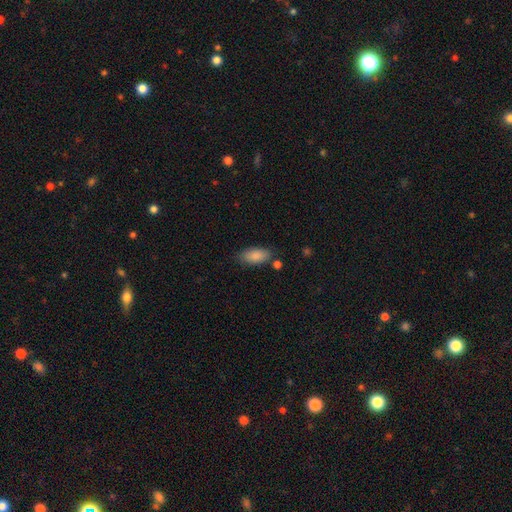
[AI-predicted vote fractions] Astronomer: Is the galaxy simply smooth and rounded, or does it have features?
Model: smooth — 87%.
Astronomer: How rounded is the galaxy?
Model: in between — 89%.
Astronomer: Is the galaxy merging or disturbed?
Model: none — 76%.